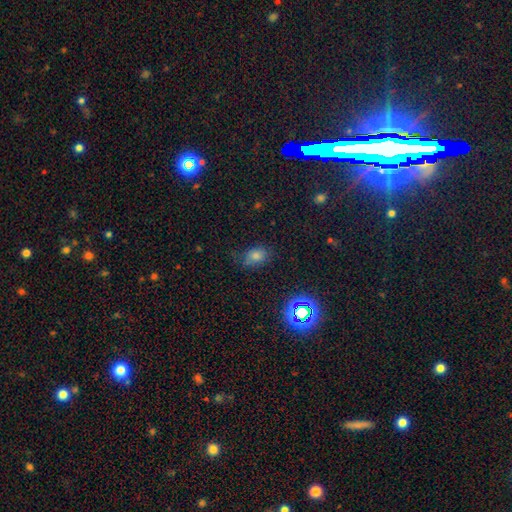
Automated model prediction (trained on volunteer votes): This is likely a smooth galaxy (66%). How rounded: likely in between (75%). Merging: likely none (69%).